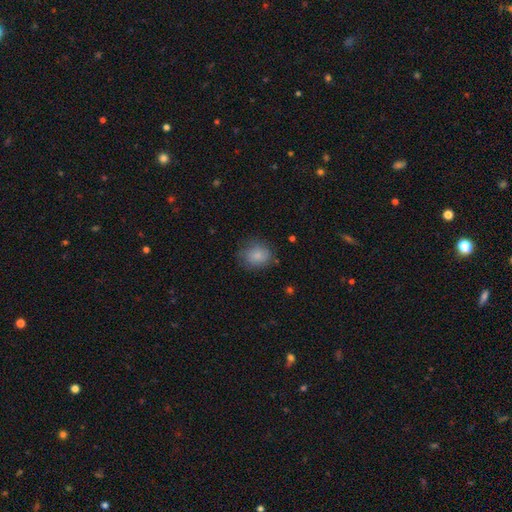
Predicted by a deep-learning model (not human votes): Smooth or featured? smooth (82%)
How rounded? round (69%)
Merging? none (72%)